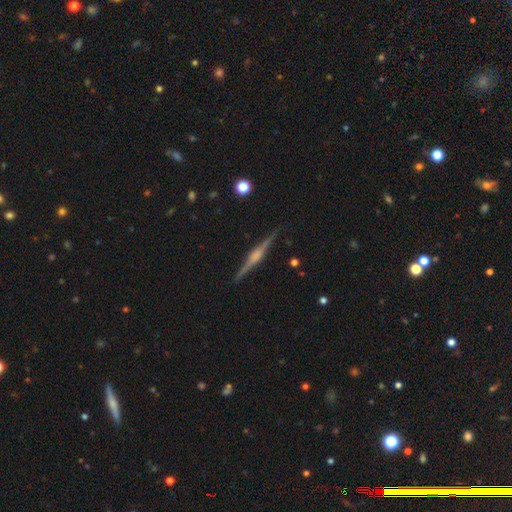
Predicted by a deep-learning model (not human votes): A featured or disk galaxy (85%) viewed edge-on (98%) with a rounded central bulge (75%).

Vote fractions:
- Smooth or featured? featured or disk: 85% / smooth: 9% / star or artifact: 6%
- Edge-on disk? yes: 98% / no: 2%
- Edge-on bulge? rounded: 75% / boxy: 20% / none: 5%
- Merging? none: 91% / minor disturbance: 7% / major disturbance: 2% / merger: 1%